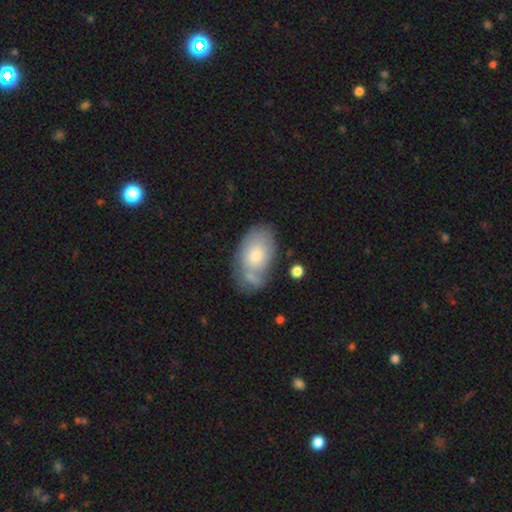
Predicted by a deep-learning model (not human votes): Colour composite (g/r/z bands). It shows a smooth galaxy with no disk features (58%) that is in between round and cigar-shaped (91%). Merging: none (48%).